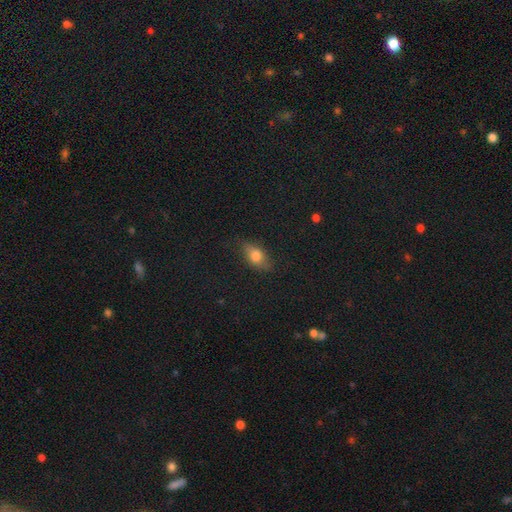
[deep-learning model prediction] Morphology: type=smooth (71%); roundness=in between (81%); merging=none (75%).